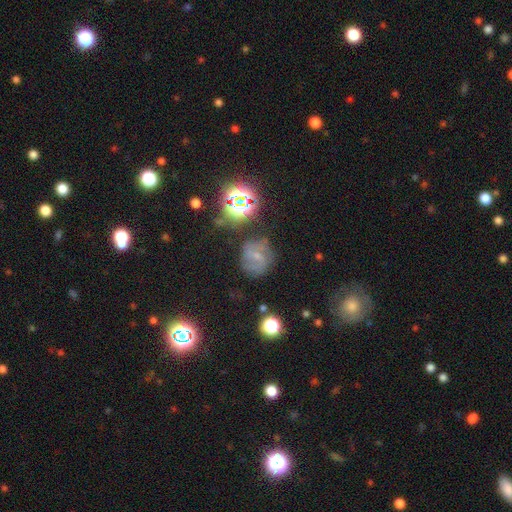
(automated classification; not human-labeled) smooth-or-featured: featured or disk: 52% | smooth: 27% | star or artifact: 21%
  disk-edge-on: no: 97% | yes: 3%
    bar: weak: 48% | no: 31% | strong: 21%
    has-spiral-arms: yes: 83% | no: 17%
    bulge-size: small: 65% | moderate: 23% | none: 10% | large: 2% | dominant: 1%
  merging: none: 69% | minor disturbance: 19% | major disturbance: 9% | merger: 4%